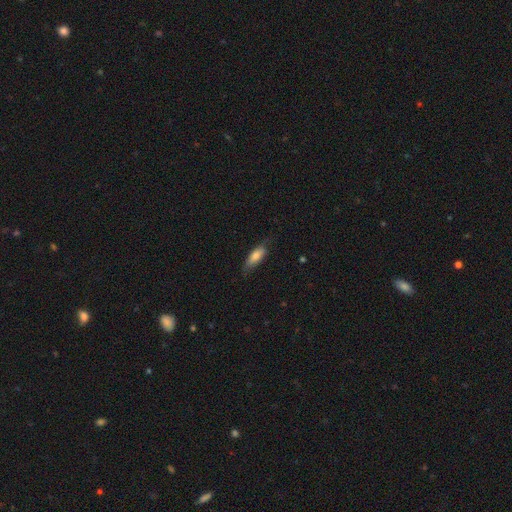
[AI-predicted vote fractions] Smooth or featured: smooth — 72% (featured or disk — 22%)
How rounded: in between — 65% (cigar-shaped — 33%)
Merging: none — 66% (minor disturbance — 26%)